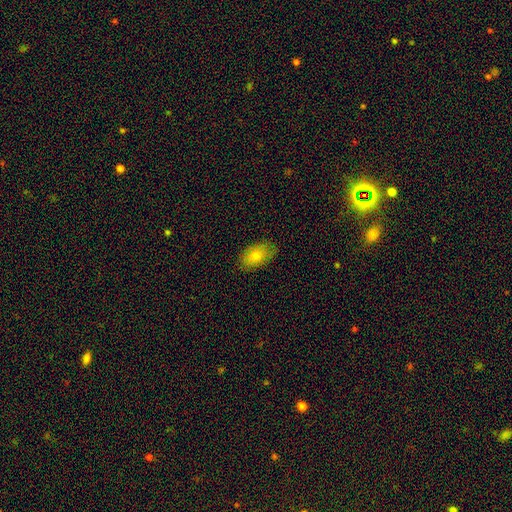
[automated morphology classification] Smooth or featured? smooth (77%)
How rounded? in between (91%)
Merging? none (83%)